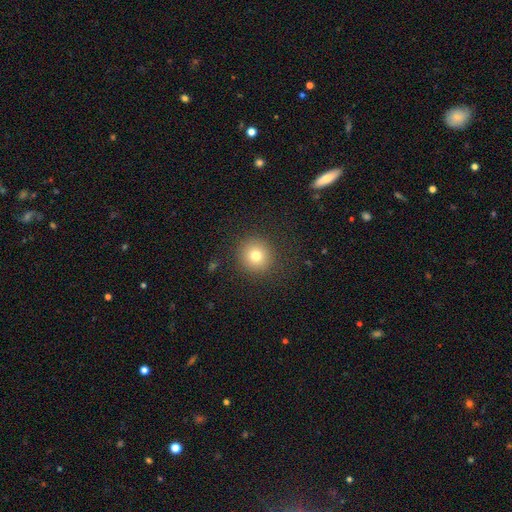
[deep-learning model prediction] Smooth or featured?
  - smooth: 77% *
  - star or artifact: 12%
  - featured or disk: 10%
How rounded?
  - round: 94% *
  - in between: 5%
  - cigar-shaped: 1%
Merging?
  - none: 89% *
  - minor disturbance: 7%
  - major disturbance: 3%
  - merger: 1%